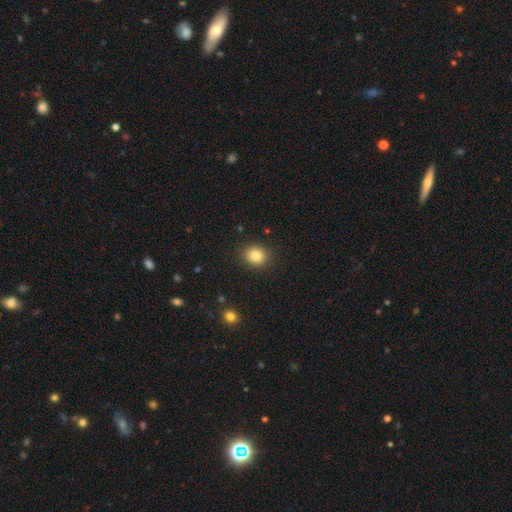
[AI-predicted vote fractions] Morphology: type=smooth (83%); roundness=round (73%); merging=none (89%).